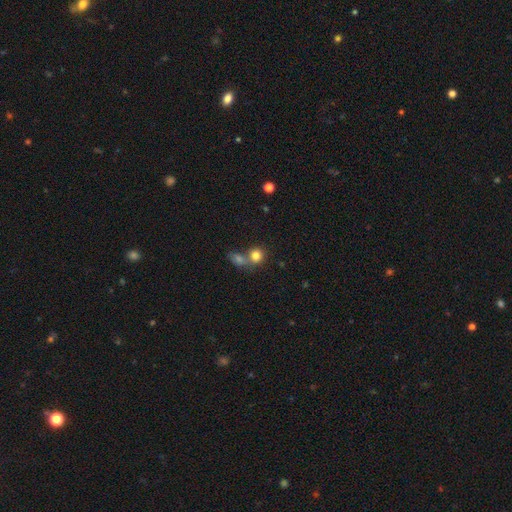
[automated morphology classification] type=smooth (80%); roundness=round (79%); merging=merger (48%).